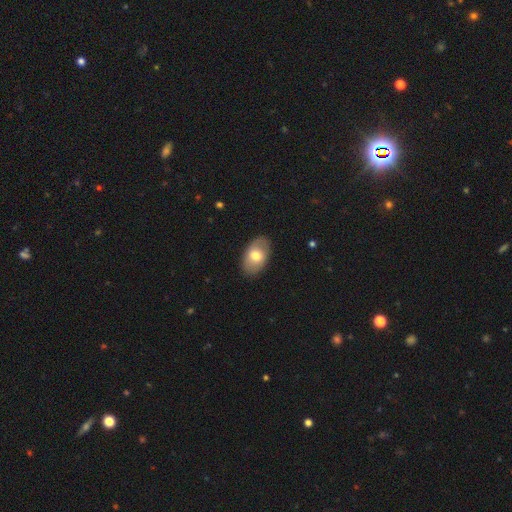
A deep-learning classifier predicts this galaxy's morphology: Overall: smooth (67%; featured or disk 27%). How rounded: in between (90%). Merging: none (86%).